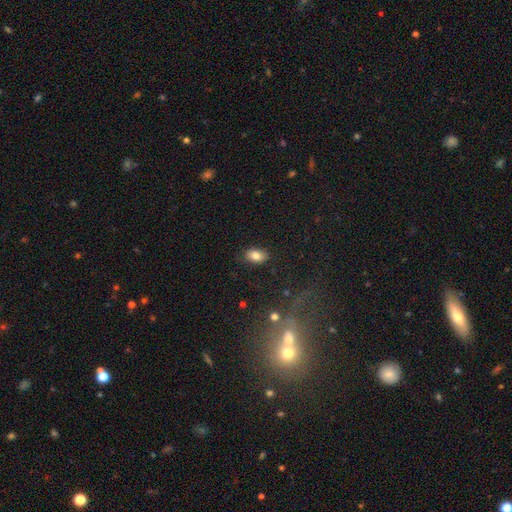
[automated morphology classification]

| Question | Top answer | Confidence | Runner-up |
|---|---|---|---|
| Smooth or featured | smooth | 81% | featured or disk (10%) |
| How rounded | in between | 87% | round (12%) |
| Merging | none | 85% | minor disturbance (11%) |